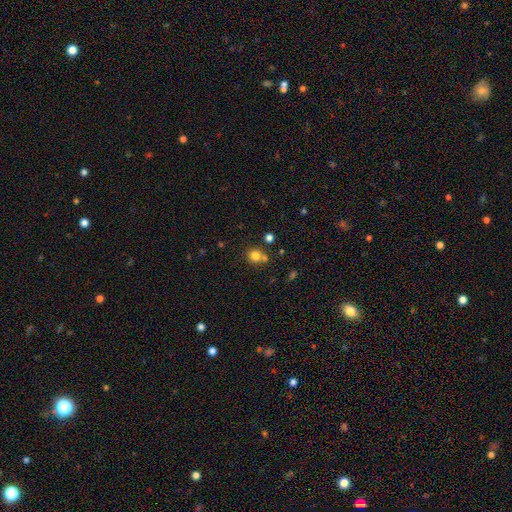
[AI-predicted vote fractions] The model was most divided on "merging": none: 64%, merger: 23%, minor disturbance: 9%, major disturbance: 3%. More confident: how rounded — round (86%); smooth or featured — smooth (78%).